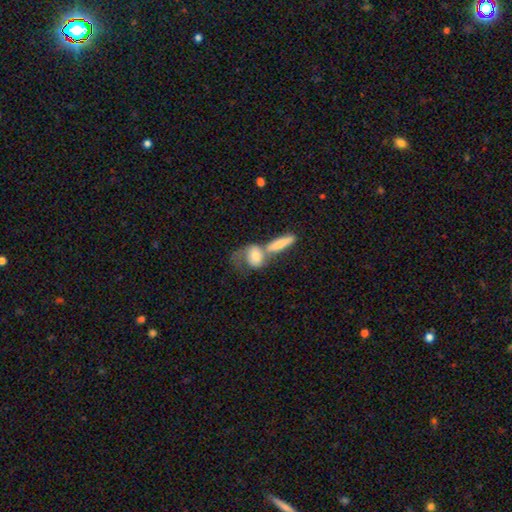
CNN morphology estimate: A smooth galaxy with no disk features (65%) that is in between round and cigar-shaped (59%). Merging: merger (55%).